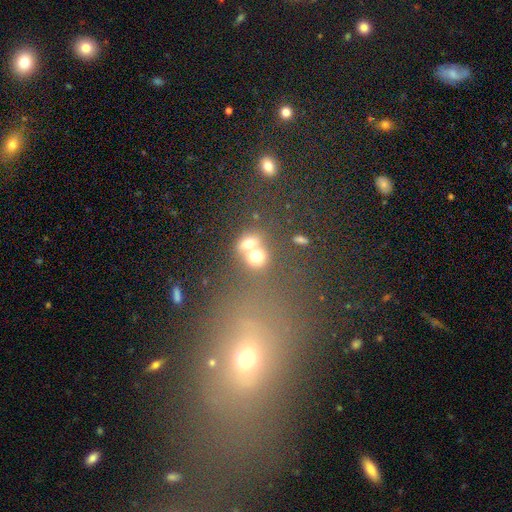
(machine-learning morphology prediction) smooth_or_featured: smooth (p=0.66) [alt: star or artifact p=0.17]
how_rounded: round (p=0.60) [alt: in between p=0.38]
merging: merger (p=0.57) [alt: none p=0.31]